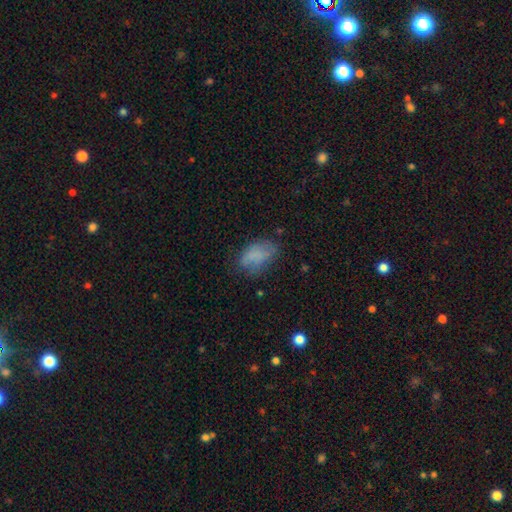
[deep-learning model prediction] The model was most divided on "merging": none: 53%, minor disturbance: 30%, major disturbance: 15%, merger: 3%. More confident: how rounded — in between (89%); smooth or featured — smooth (73%).